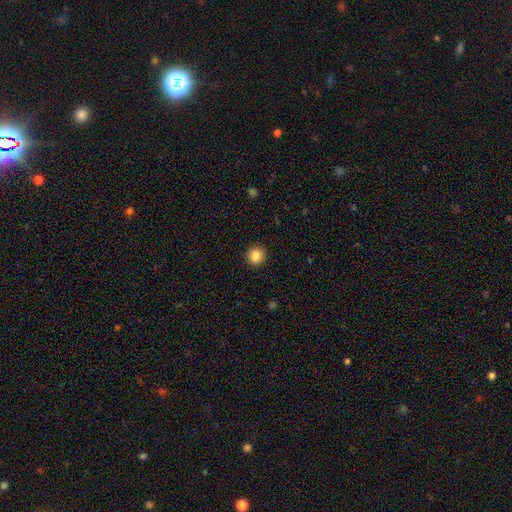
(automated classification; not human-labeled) Overall: smooth (86%). How rounded: round (93%). Merging: none (92%).